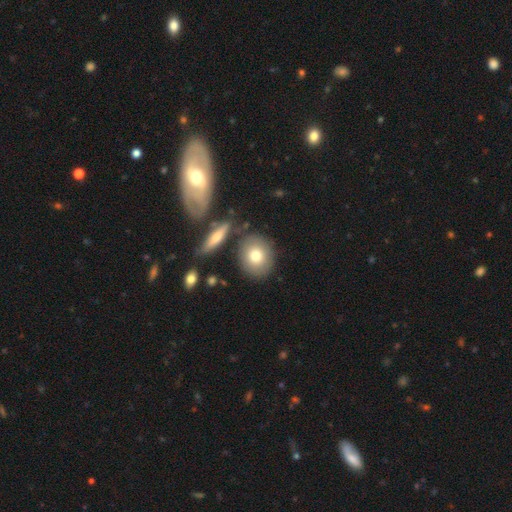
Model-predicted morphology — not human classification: smooth-or-featured: smooth: 77% | featured or disk: 15% | star or artifact: 8%
  how-rounded: round: 66% | in between: 32% | cigar-shaped: 2%
  merging: none: 78% | minor disturbance: 11% | merger: 8% | major disturbance: 3%